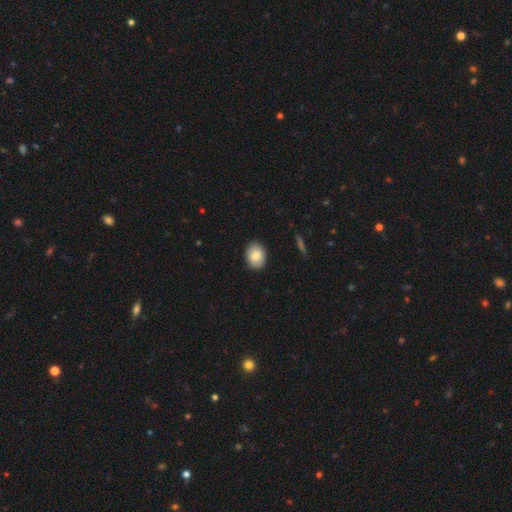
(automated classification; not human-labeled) smooth_or_featured: smooth (p=0.83) [alt: featured or disk p=0.10]
how_rounded: in between (p=0.61) [alt: round p=0.38]
merging: none (p=0.90) [alt: minor disturbance p=0.08]